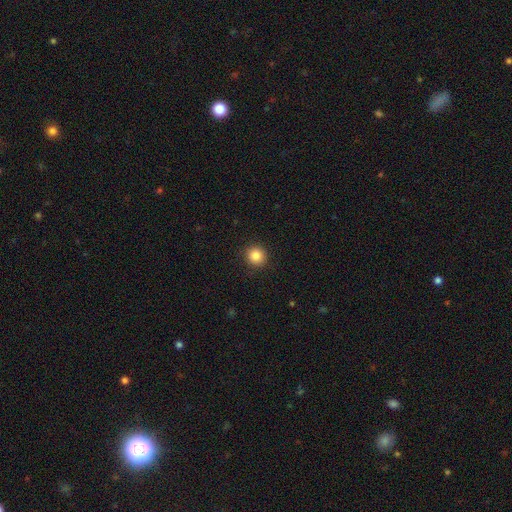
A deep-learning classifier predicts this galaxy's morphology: Smooth or featured? smooth (85%)
How rounded? round (93%)
Merging? none (92%)